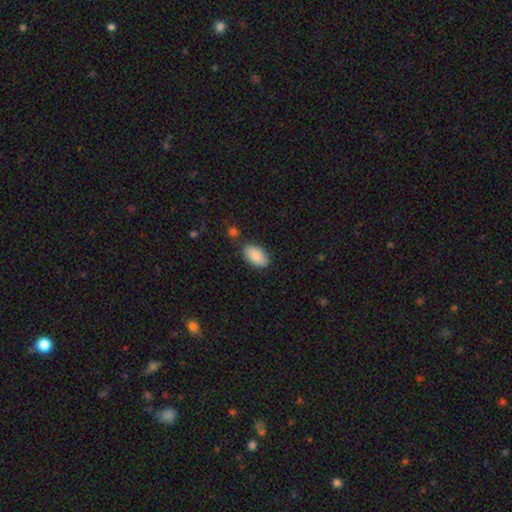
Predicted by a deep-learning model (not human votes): A smooth galaxy with no disk features (89%) that is in between round and cigar-shaped (94%).

Vote fractions:
- Smooth or featured? smooth: 89% / star or artifact: 6% / featured or disk: 5%
- How rounded? in between: 94% / round: 4% / cigar-shaped: 2%
- Merging? none: 83% / minor disturbance: 12% / merger: 3% / major disturbance: 3%